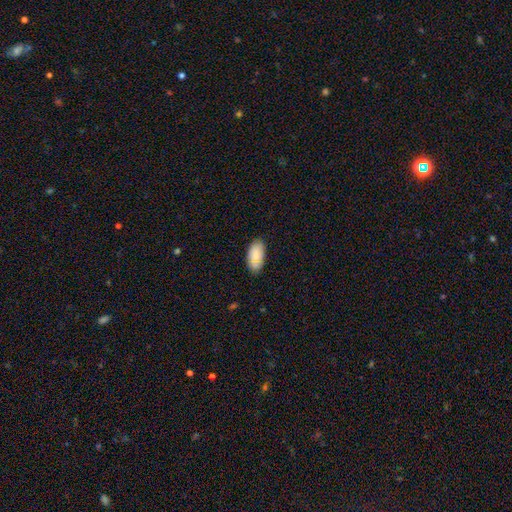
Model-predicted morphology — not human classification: Q: Smooth or featured?
A: smooth (79%); runner-up: featured or disk (14%)
Q: How rounded?
A: in between (94%); runner-up: cigar-shaped (3%)
Q: Merging?
A: none (76%); runner-up: minor disturbance (19%)